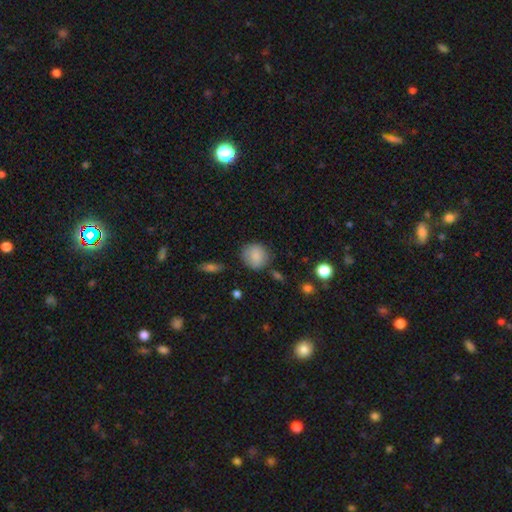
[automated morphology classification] A smooth galaxy with no disk features (84%) that is round (86%). Merging: none (78%).